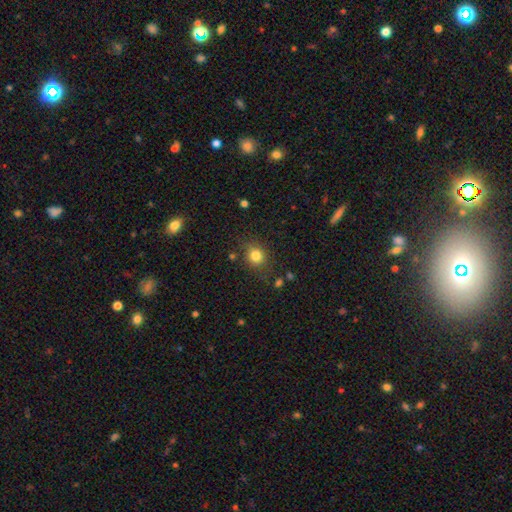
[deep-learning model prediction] Q: Smooth or featured?
A: smooth (81%); runner-up: star or artifact (12%)
Q: How rounded?
A: round (76%); runner-up: in between (23%)
Q: Merging?
A: none (78%); runner-up: minor disturbance (14%)